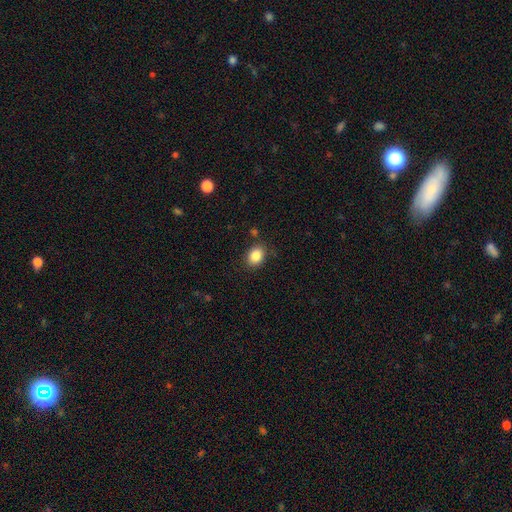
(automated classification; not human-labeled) smooth 85%, star or artifact 9%, featured or disk 5%. Down the decision tree: how rounded — in between (59%); merging — none (83%).